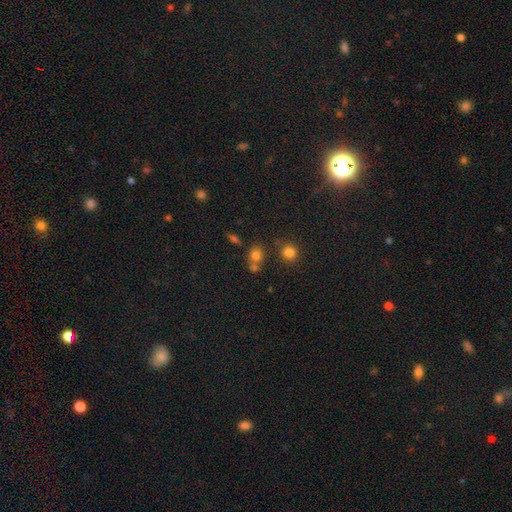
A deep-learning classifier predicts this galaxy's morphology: A smooth galaxy with no disk features (74%) that is round (71%).

Vote fractions:
- Smooth or featured? smooth: 74% / star or artifact: 16% / featured or disk: 10%
- How rounded? round: 71% / in between: 28% / cigar-shaped: 1%
- Merging? none: 57% / merger: 29% / minor disturbance: 10% / major disturbance: 4%